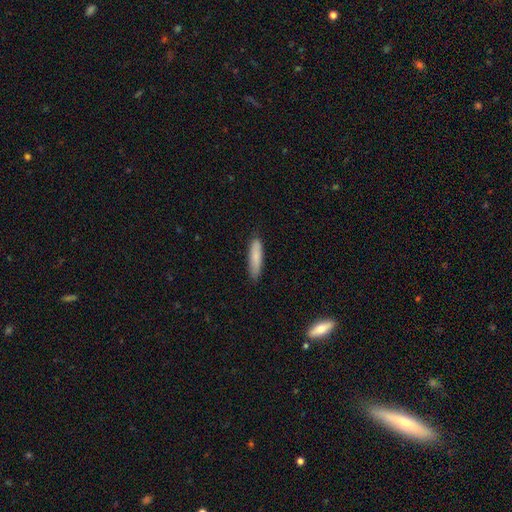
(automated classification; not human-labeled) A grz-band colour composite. It shows a smooth galaxy with no disk features (82%) that is cigar-shaped (79%). Merging: none (84%).